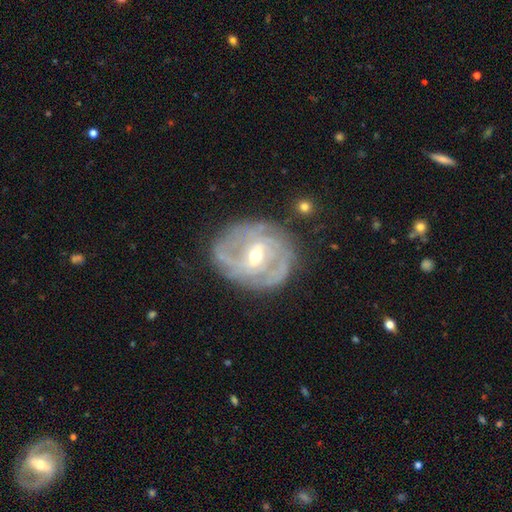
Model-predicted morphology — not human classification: A featured or disk galaxy (87%) with a weak bar (52%), 2 (38%) tight (54%) spiral arms (93%) and a moderate central bulge (52%).

Vote fractions:
- Smooth or featured? featured or disk: 87% / smooth: 8% / star or artifact: 5%
- Edge-on disk? no: 97% / yes: 3%
- Bar? weak: 52% / strong: 25% / no: 23%
- Spiral arms? yes: 93% / no: 7%
- Spiral winding? tight: 54% / medium: 34% / loose: 12%
- Spiral arm count? 2: 38% / can't tell: 27% / 3: 18% / 4: 8% / 1: 5% / more than 4: 5%
- Bulge size? moderate: 52% / small: 45% / large: 2% / none: 1% / dominant: 1%
- Merging? none: 75% / minor disturbance: 17% / major disturbance: 7% / merger: 2%